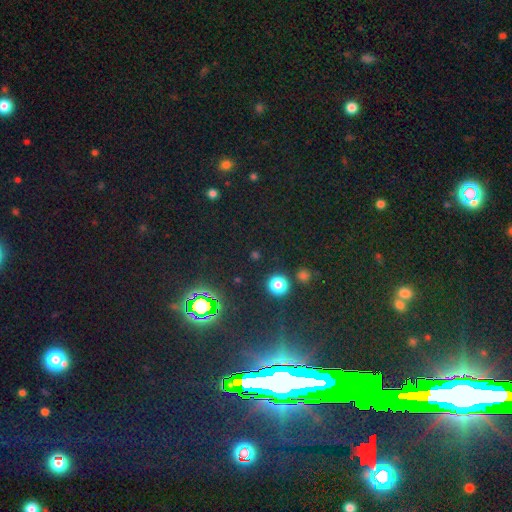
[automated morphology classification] type=star or artifact (56%).